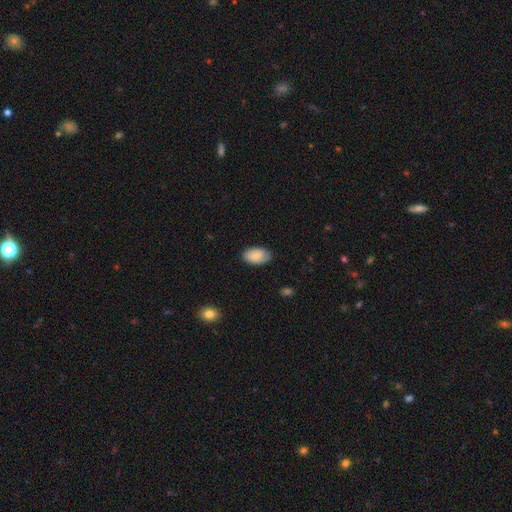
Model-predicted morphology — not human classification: type=smooth (85%); roundness=in between (94%); merging=none (83%).